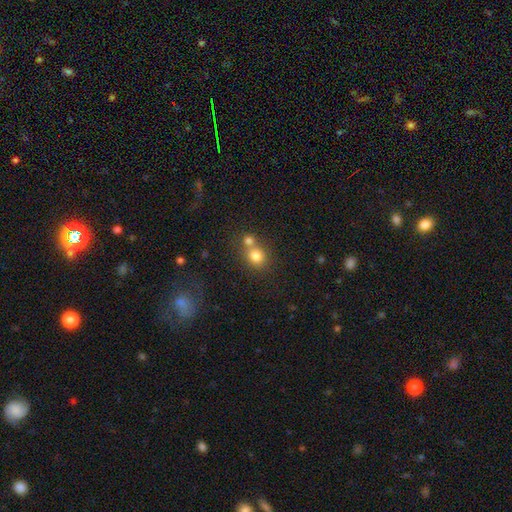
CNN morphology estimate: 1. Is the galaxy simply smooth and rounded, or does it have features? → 78% smooth, 12% star or artifact, 9% featured or disk.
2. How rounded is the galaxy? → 75% round, 24% in between, 1% cigar-shaped.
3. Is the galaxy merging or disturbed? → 45% merger, 44% none, 8% minor disturbance, 3% major disturbance.